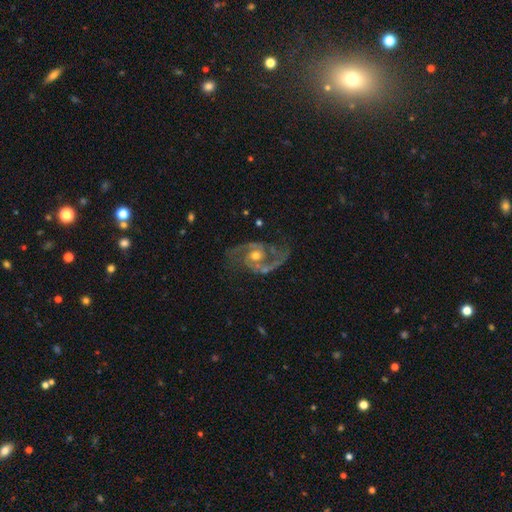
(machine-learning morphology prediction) type=featured or disk (91%); edge-on=no (98%); bar=no (63%); spiral arms=yes (97%); winding=medium (57%); arm count=2 (89%); bulge=moderate (66%); merging=none (62%).